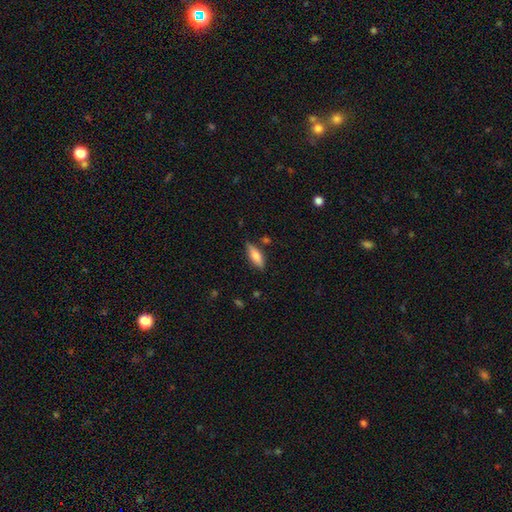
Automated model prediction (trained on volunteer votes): Overall: smooth (72%). How rounded: in between (60%; cigar-shaped 38%). Merging: none (78%).